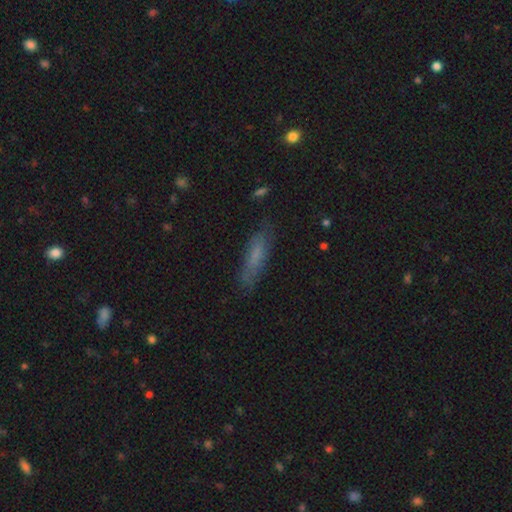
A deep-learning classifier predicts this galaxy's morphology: Smooth or featured? smooth (63%)
How rounded? cigar-shaped (70%)
Merging? none (78%)